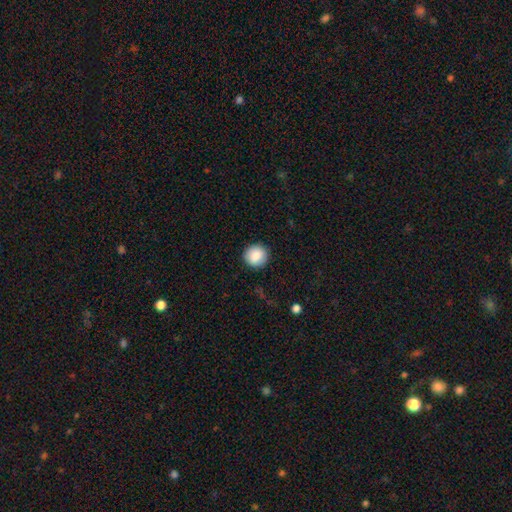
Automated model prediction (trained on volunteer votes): This appears to be a smooth galaxy with no disk features (88%) that is round (92%). Merging: none (90%).